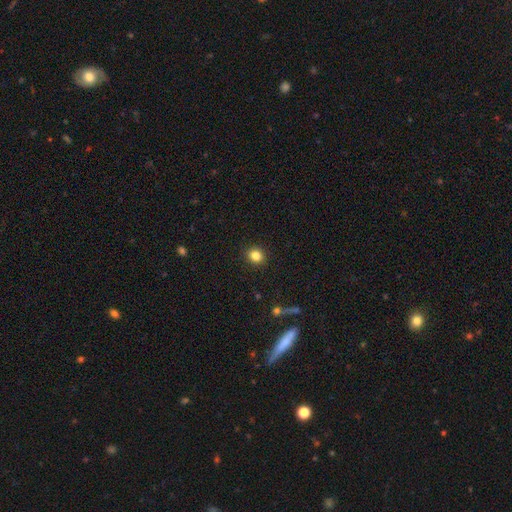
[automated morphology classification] smooth-or-featured: smooth: 83% | star or artifact: 12% | featured or disk: 5%
  how-rounded: round: 83% | in between: 16% | cigar-shaped: 1%
  merging: none: 91% | minor disturbance: 6% | major disturbance: 2% | merger: 1%